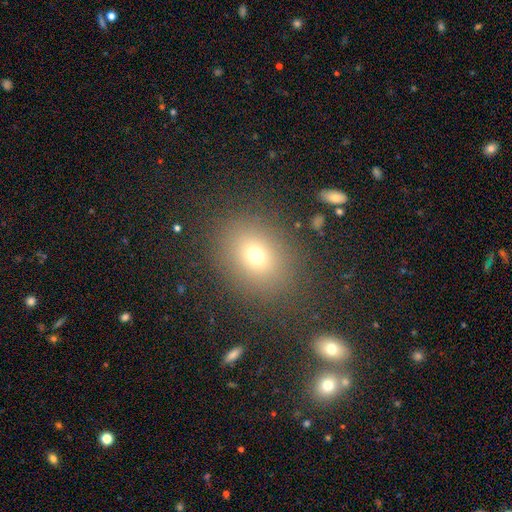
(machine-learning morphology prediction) smooth-or-featured: smooth: 70% | star or artifact: 18% | featured or disk: 12%
  how-rounded: round: 53% | in between: 46% | cigar-shaped: 1%
  merging: none: 84% | minor disturbance: 9% | major disturbance: 5% | merger: 2%